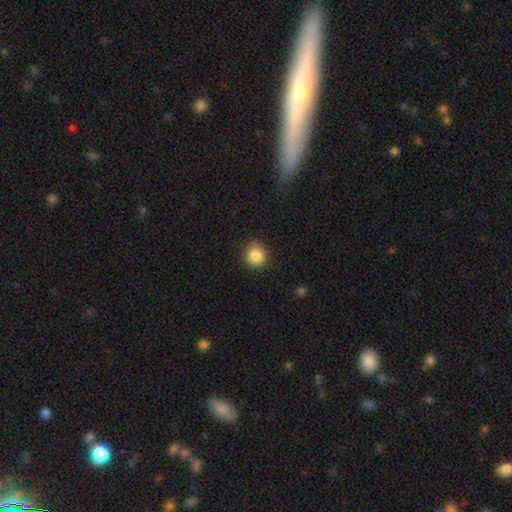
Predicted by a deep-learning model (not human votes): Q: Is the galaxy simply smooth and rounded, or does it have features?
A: smooth — 85%.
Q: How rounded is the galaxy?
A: round — 90%.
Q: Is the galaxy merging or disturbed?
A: none — 85%.